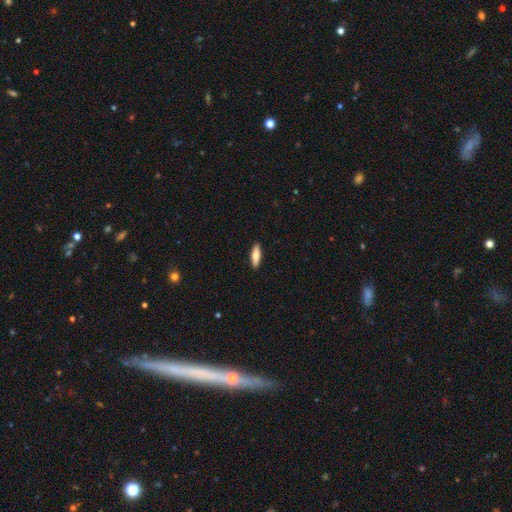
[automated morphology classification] smooth-or-featured: smooth: 73% | featured or disk: 21% | star or artifact: 6%
  how-rounded: cigar-shaped: 57% | in between: 41% | round: 2%
  merging: none: 91% | minor disturbance: 7% | major disturbance: 1% | merger: 1%